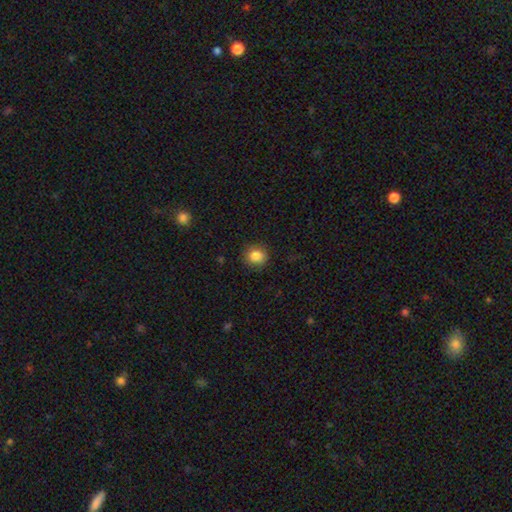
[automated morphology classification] Smooth or featured? smooth (84%)
How rounded? round (82%)
Merging? none (87%)